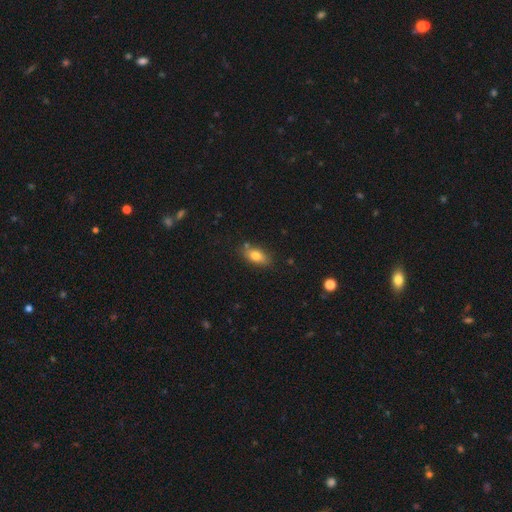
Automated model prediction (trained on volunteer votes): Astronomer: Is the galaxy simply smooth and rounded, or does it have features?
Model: smooth — 78%.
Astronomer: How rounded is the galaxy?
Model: in between — 86%.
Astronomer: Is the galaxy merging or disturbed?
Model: none — 79%.